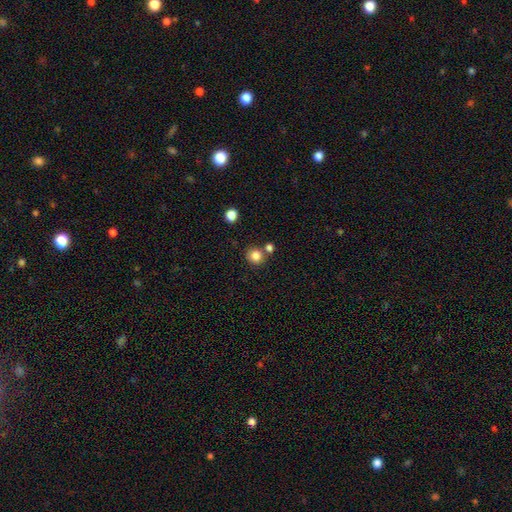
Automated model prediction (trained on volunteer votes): Smooth or featured? smooth (84%)
How rounded? round (88%)
Merging? none (72%)